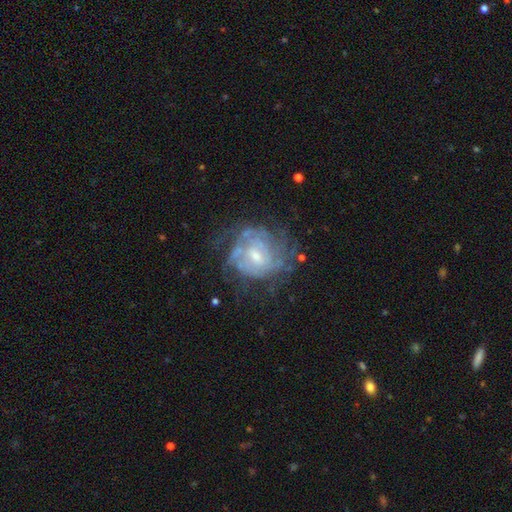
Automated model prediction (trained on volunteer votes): This is likely a featured or disk galaxy (77%). It is clearly not viewed edge-on (97%). Bar: possibly no (46%, tied with weak). Spiral arm pattern: likely yes (78%). Spiral arm count: possibly can't tell (55%). Spiral winding: possibly tight (57%). Central bulge: possibly small (51%). Merging: possibly none (56%).